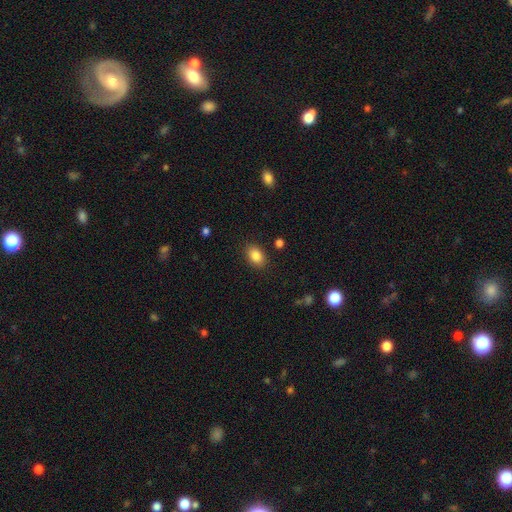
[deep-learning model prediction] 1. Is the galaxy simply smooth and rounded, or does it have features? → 85% smooth, 9% star or artifact, 6% featured or disk.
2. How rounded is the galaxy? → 80% in between, 19% round, 1% cigar-shaped.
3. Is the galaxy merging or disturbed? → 86% none, 10% minor disturbance, 3% major disturbance, 2% merger.